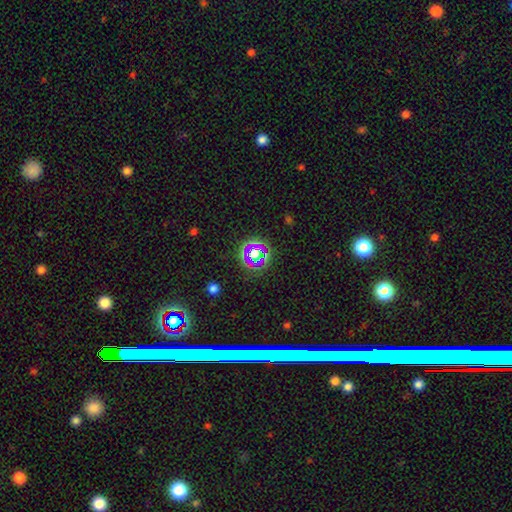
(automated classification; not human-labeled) A star or artifact, not a galaxy (57%).

Vote fractions:
- Smooth or featured? star or artifact: 57% / smooth: 30% / featured or disk: 14%